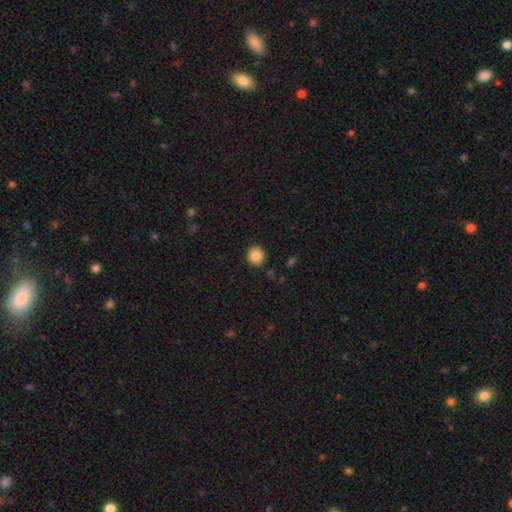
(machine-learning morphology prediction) A smooth galaxy with no disk features (87%) that is round (85%).

Vote fractions:
- Smooth or featured? smooth: 87% / star or artifact: 9% / featured or disk: 4%
- How rounded? round: 85% / in between: 14% / cigar-shaped: 1%
- Merging? none: 90% / minor disturbance: 7% / major disturbance: 2% / merger: 1%